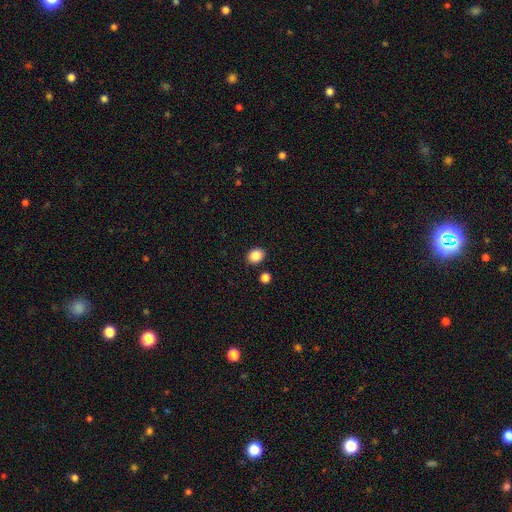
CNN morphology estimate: Overall: smooth (87%). How rounded: in between (51%; round 48%). Merging: none (87%).